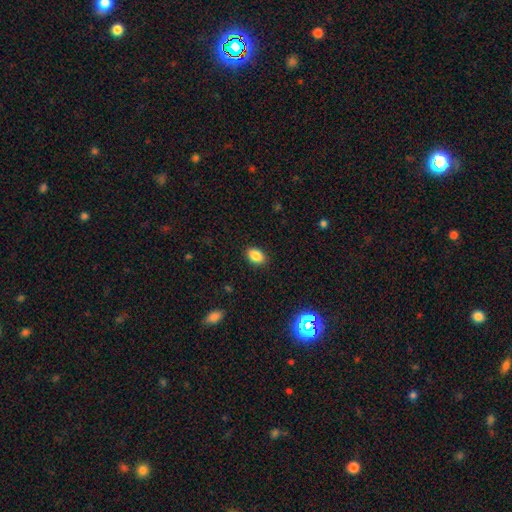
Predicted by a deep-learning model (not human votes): Morphology: type=smooth (86%); roundness=in between (87%); merging=none (88%).